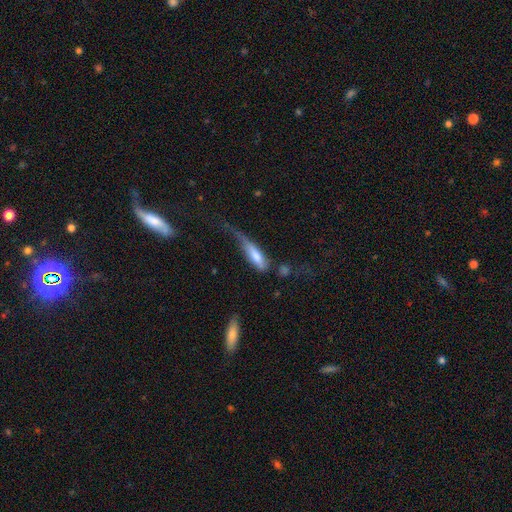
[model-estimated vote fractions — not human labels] smooth 63%, featured or disk 30%, star or artifact 7%. Down the decision tree: how rounded — cigar-shaped (63%); merging — major disturbance (45%).